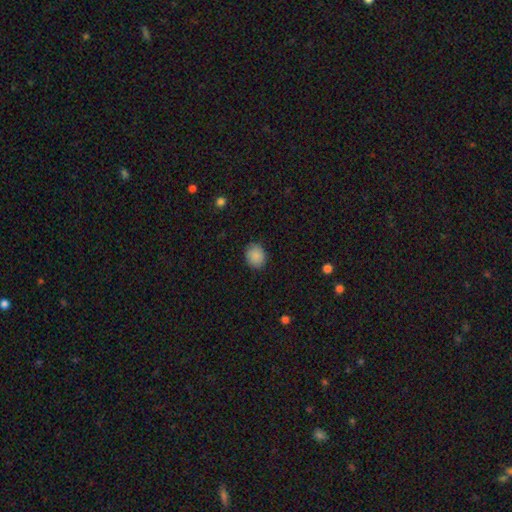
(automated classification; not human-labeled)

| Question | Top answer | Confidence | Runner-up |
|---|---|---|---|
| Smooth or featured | smooth | 88% | star or artifact (8%) |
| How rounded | round | 69% | in between (30%) |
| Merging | none | 86% | minor disturbance (11%) |